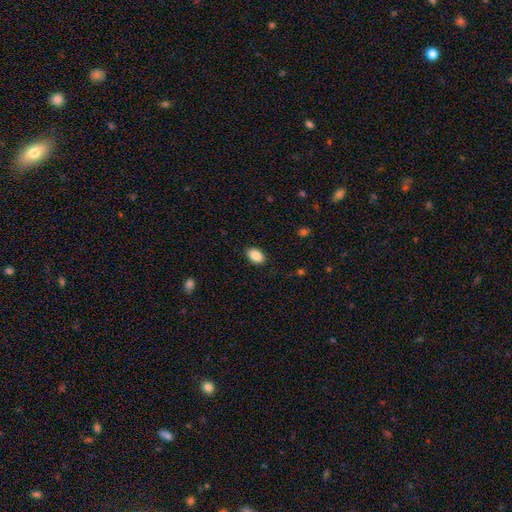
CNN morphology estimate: A smooth galaxy with no disk features (89%) that is in between round and cigar-shaped (89%). Merging: none (89%).